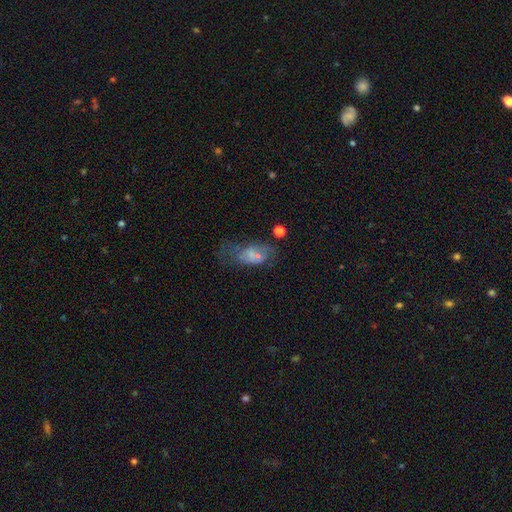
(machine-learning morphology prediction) Overall: smooth (46%; featured or disk 39%). Merging: none (35%; major disturbance 32%).